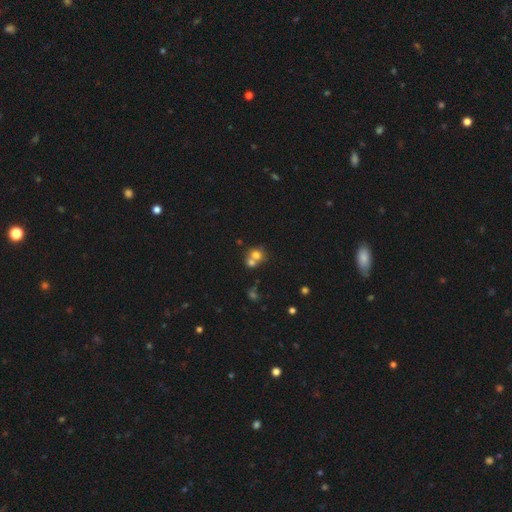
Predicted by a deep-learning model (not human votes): Smooth or featured: smooth — 69% (featured or disk — 17%)
How rounded: round — 77% (in between — 22%)
Merging: merger — 57% (none — 33%)